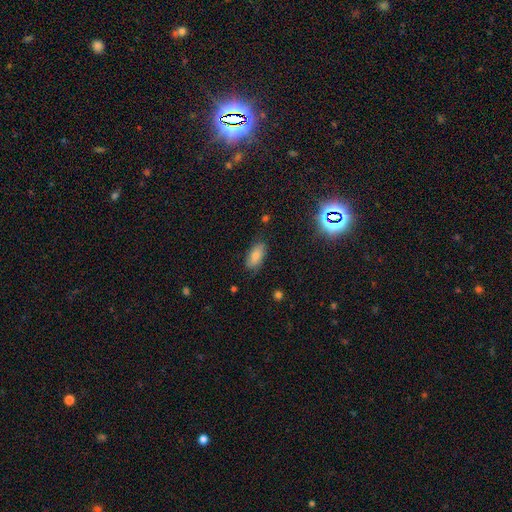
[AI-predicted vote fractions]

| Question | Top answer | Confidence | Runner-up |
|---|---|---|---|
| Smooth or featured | smooth | 77% | featured or disk (14%) |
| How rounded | in between | 90% | cigar-shaped (7%) |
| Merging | none | 75% | minor disturbance (19%) |